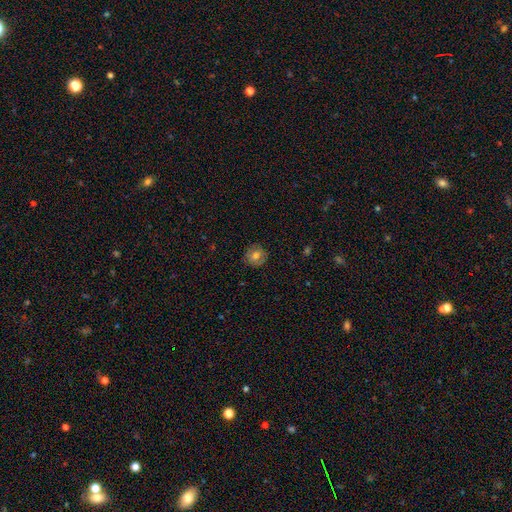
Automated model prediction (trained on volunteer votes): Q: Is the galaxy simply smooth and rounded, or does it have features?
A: smooth — 66%.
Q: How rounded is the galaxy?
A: round — 85%.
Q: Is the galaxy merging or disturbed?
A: none — 85%.